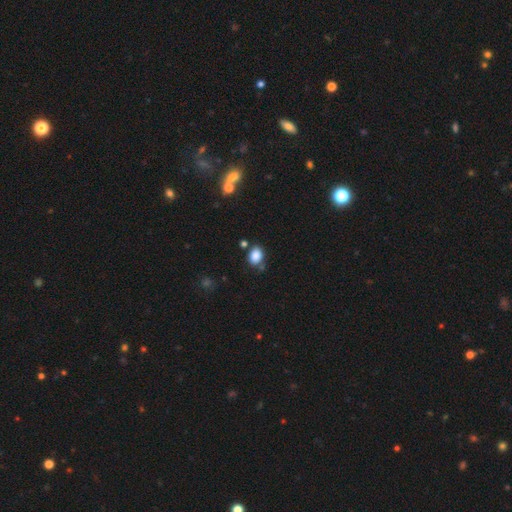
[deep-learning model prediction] Morphology: type=smooth (86%); roundness=in between (65%); merging=none (73%).